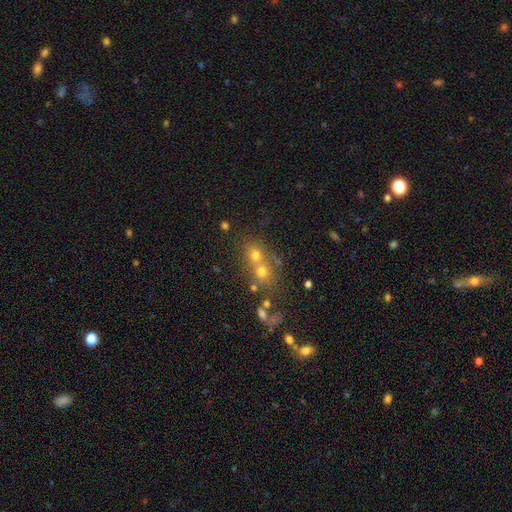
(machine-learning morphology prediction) The model was most divided on "merging": merger: 51%, none: 38%, minor disturbance: 7%, major disturbance: 4%. Remaining: smooth or featured — smooth (50%).